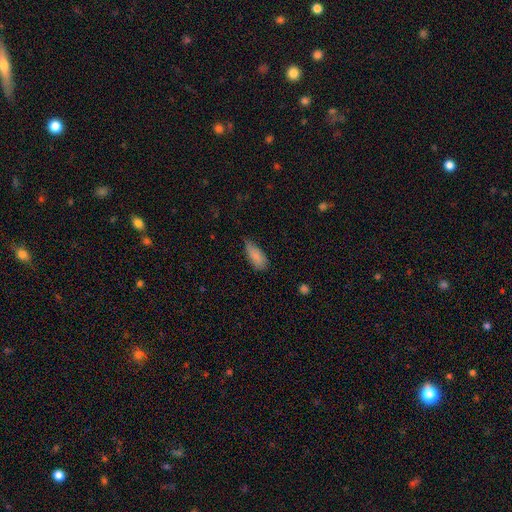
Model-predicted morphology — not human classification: This is clearly a smooth galaxy (84%). How rounded: clearly in between (85%). Merging: possibly none (46%).